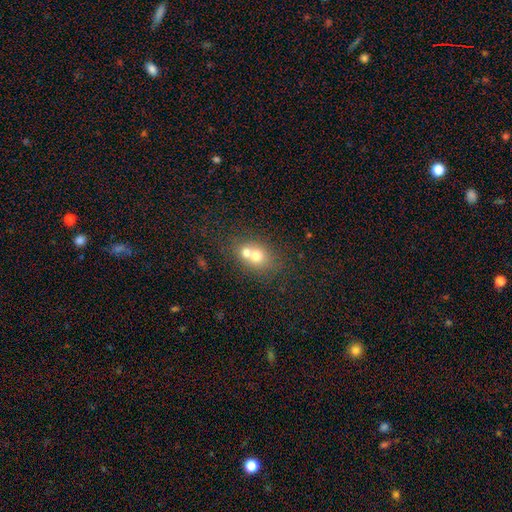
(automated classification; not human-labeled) smooth 65%, featured or disk 23%, star or artifact 12%. Down the decision tree: how rounded — round (63%); merging — merger (62%).